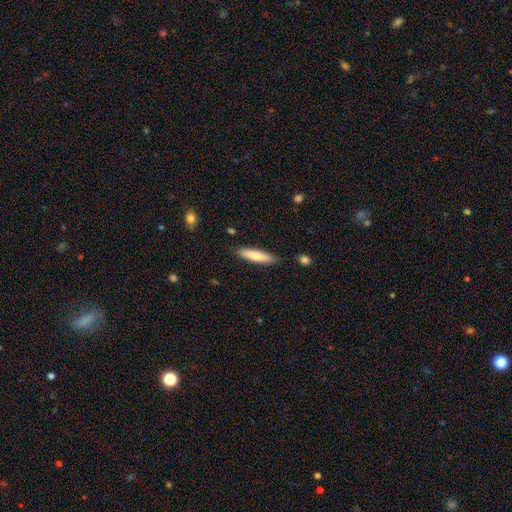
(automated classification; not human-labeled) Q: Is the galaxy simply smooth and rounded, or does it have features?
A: smooth — 74%.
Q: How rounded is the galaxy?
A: cigar-shaped — 80%.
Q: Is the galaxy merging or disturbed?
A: none — 88%.